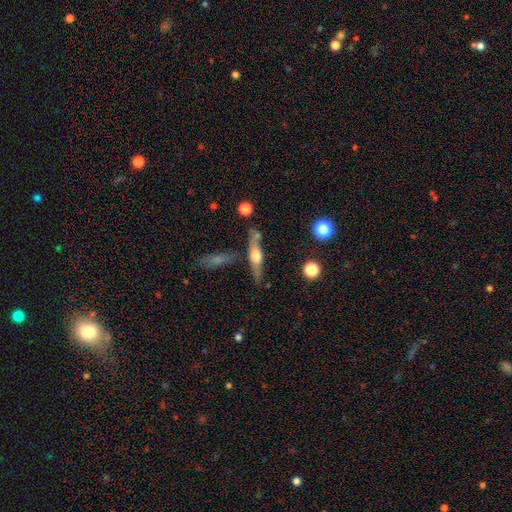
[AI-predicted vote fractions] The model was most divided on "smooth or featured": featured or disk: 58%, smooth: 35%, star or artifact: 7%. More confident: edge-on bulge — rounded (91%); edge-on disk — yes (90%); merging — none (66%).